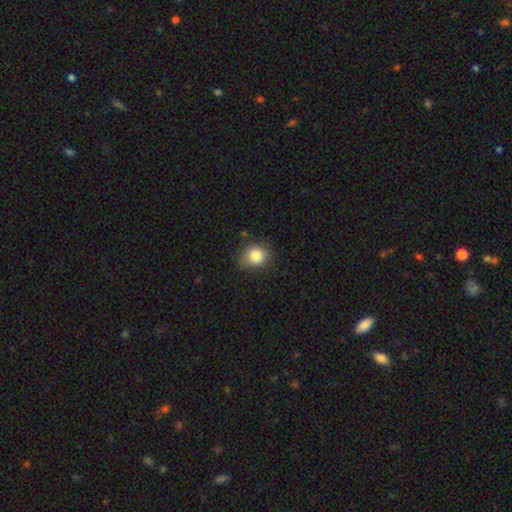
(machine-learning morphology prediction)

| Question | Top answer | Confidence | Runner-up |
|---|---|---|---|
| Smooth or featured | smooth | 83% | star or artifact (10%) |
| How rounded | round | 78% | in between (21%) |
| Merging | none | 75% | minor disturbance (19%) |